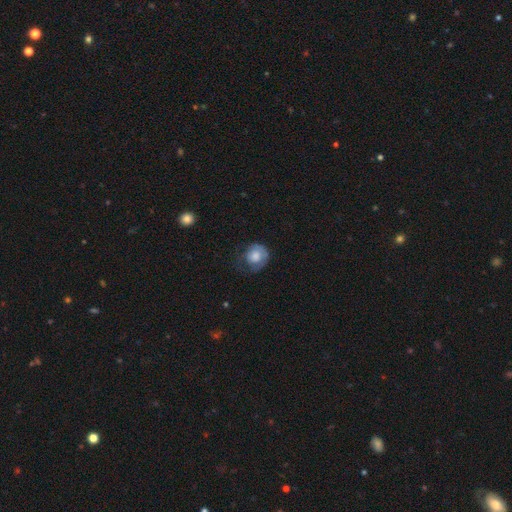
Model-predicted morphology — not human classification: Smooth or featured? Predicted: smooth (p=0.61). How rounded? Predicted: round (p=0.76). Merging? Predicted: none (p=0.46).